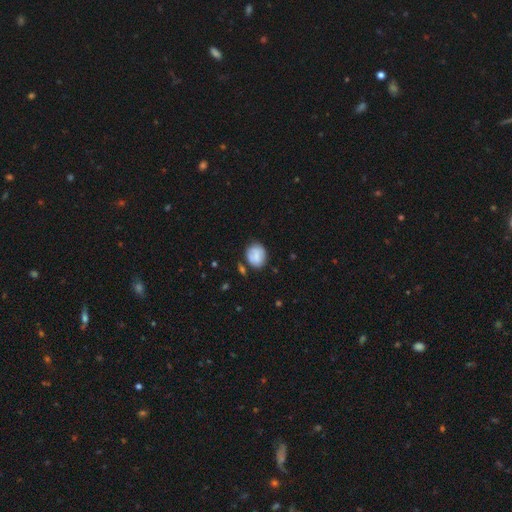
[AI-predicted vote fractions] This appears to be a smooth galaxy with no disk features (73%) that is round (63%). Merging: none (69%).